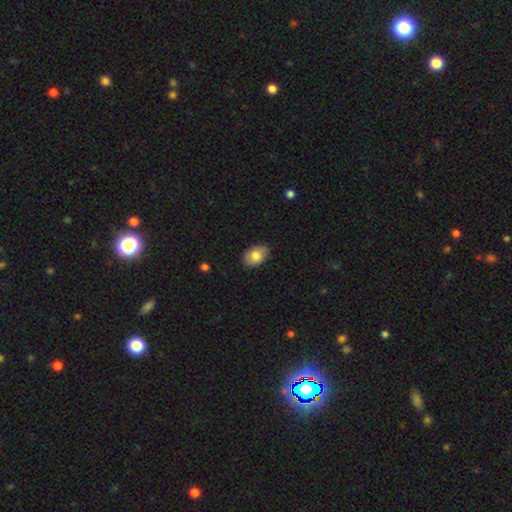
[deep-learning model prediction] A smooth galaxy with no disk features (81%) that is in between round and cigar-shaped (86%).

Vote fractions:
- Smooth or featured? smooth: 81% / featured or disk: 13% / star or artifact: 7%
- How rounded? in between: 86% / round: 13% / cigar-shaped: 1%
- Merging? none: 85% / minor disturbance: 12% / major disturbance: 2% / merger: 1%